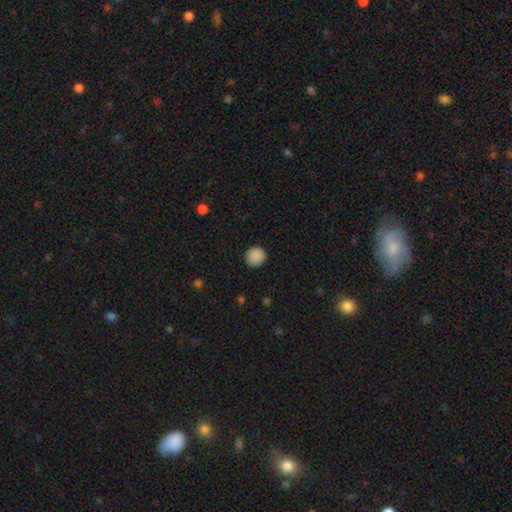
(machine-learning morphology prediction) type=smooth (89%); roundness=round (93%); merging=none (90%).